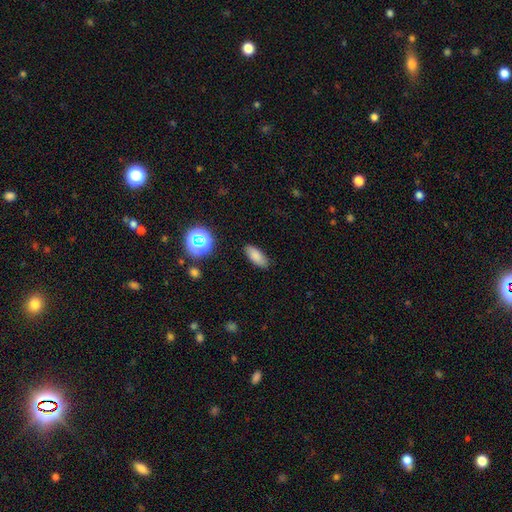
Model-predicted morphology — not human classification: smooth 81%, star or artifact 11%, featured or disk 7%. Down the decision tree: how rounded — in between (80%); merging — none (86%).